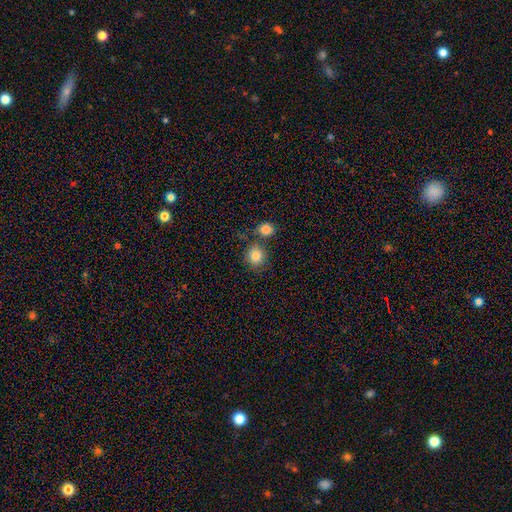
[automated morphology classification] type=smooth (84%); roundness=round (83%); merging=none (64%).